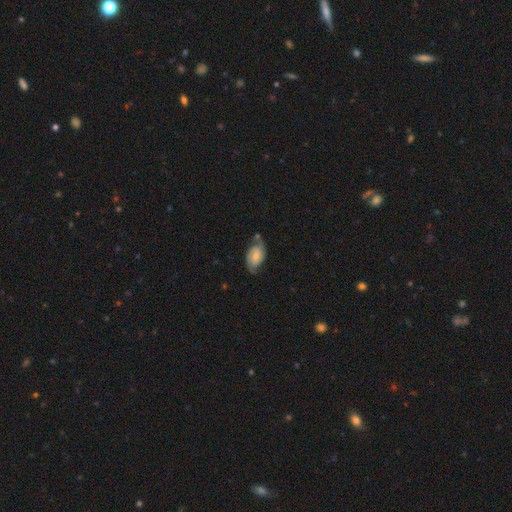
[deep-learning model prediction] Overall: featured or disk (63%; smooth 30%). Edge-on disk: no (96%). Bar: no (53%; weak 37%). Spiral arms: yes (91%). Spiral arm count: 2 (84%). Spiral winding: medium (43%; tight 32%). Bulge size: small (53%; moderate 35%). Merging: none (59%; minor disturbance 24%).